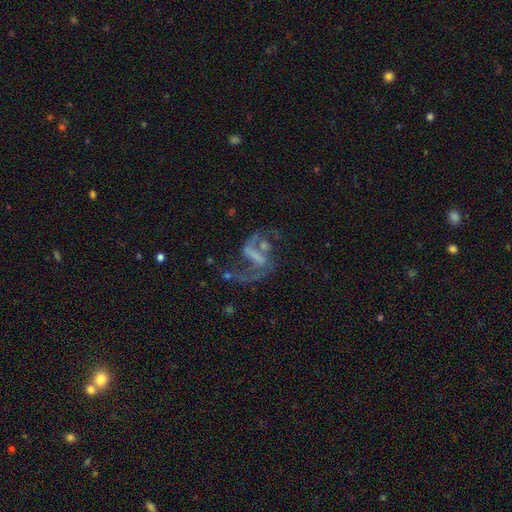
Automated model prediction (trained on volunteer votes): smooth_or_featured: featured or disk (p=0.82) [alt: star or artifact p=0.10]
disk_edge_on: no (p=0.97) [alt: yes p=0.03]
bar: strong (p=0.48) [alt: weak p=0.35]
has_spiral_arms: yes (p=0.89) [alt: no p=0.11]
spiral_winding: loose (p=0.60) [alt: medium p=0.33]
spiral_arm_count: 2 (p=0.83) [alt: 1 p=0.11]
bulge_size: none (p=0.57) [alt: small p=0.20]
merging: none (p=0.45) [alt: major disturbance p=0.30]